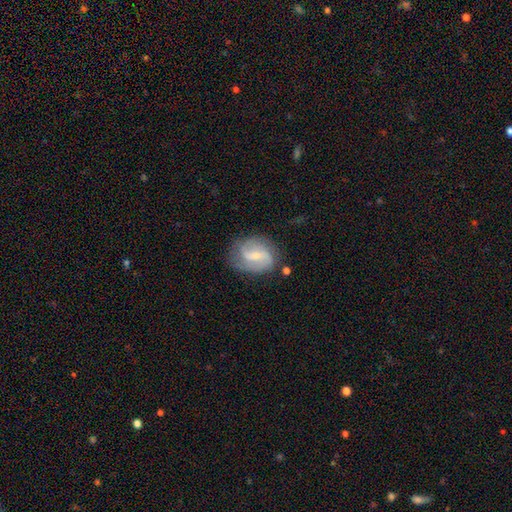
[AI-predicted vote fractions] Smooth or featured? Predicted: featured or disk (p=0.74). Edge-on disk? Predicted: no (p=0.97). Bar? Predicted: weak (p=0.52). Spiral arms? Predicted: yes (p=0.92). Spiral winding? Predicted: medium (p=0.43). Spiral arm count? Predicted: 2 (p=0.72). Bulge size? Predicted: small (p=0.65). Merging? Predicted: none (p=0.68).